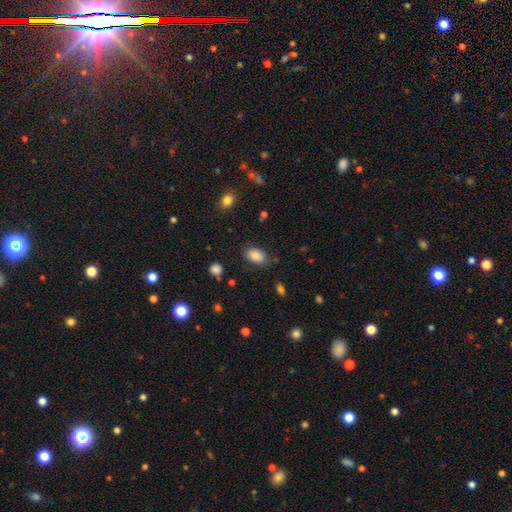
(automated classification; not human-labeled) Smooth or featured? smooth (87%)
How rounded? in between (90%)
Merging? none (79%)